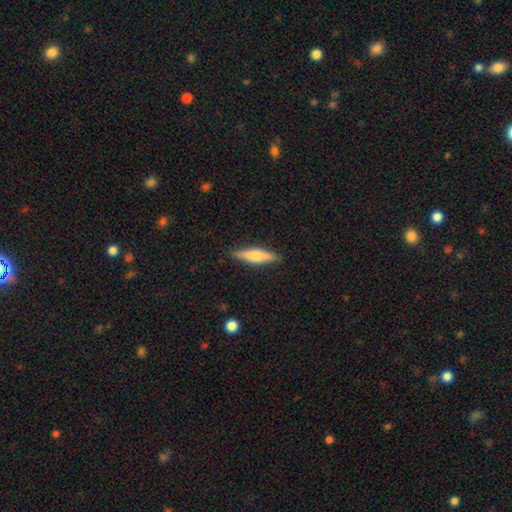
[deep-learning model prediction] Smooth or featured? Predicted: smooth (p=0.55). How rounded? Predicted: cigar-shaped (p=0.76). Merging? Predicted: none (p=0.89).